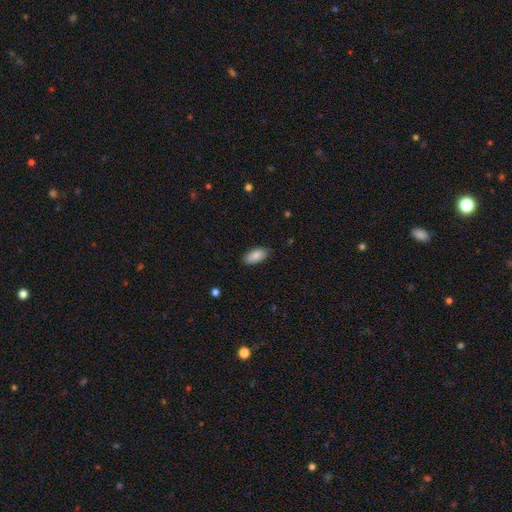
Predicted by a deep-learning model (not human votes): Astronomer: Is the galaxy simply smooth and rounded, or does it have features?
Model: smooth — 85%.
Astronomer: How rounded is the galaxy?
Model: in between — 92%.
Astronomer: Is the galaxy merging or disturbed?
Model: none — 83%.